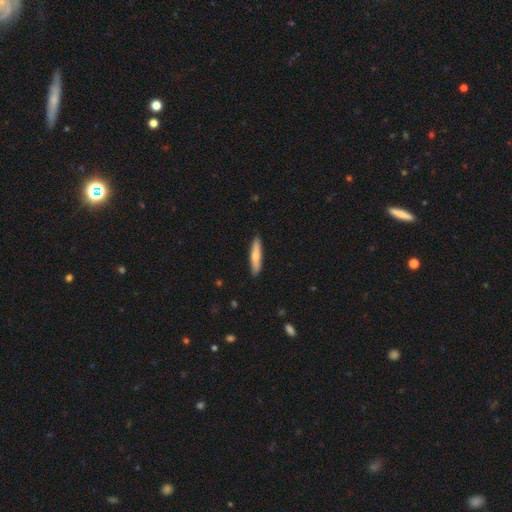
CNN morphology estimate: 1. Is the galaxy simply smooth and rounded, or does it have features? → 63% smooth, 31% featured or disk, 5% star or artifact.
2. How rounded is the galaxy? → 87% cigar-shaped, 12% in between, 2% round.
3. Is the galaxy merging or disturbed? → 90% none, 8% minor disturbance, 1% major disturbance, 1% merger.